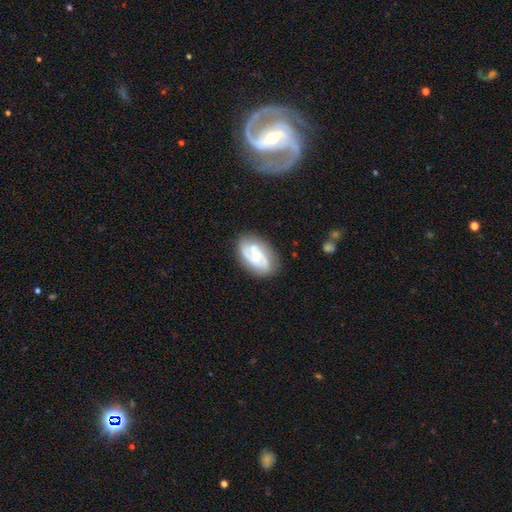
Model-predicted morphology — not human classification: This appears to be a featured or disk galaxy (69%) with no bar (51%), 2 (60%) medium (44%) spiral arms (87%) and a small central bulge (46%). Merging: none (72%).